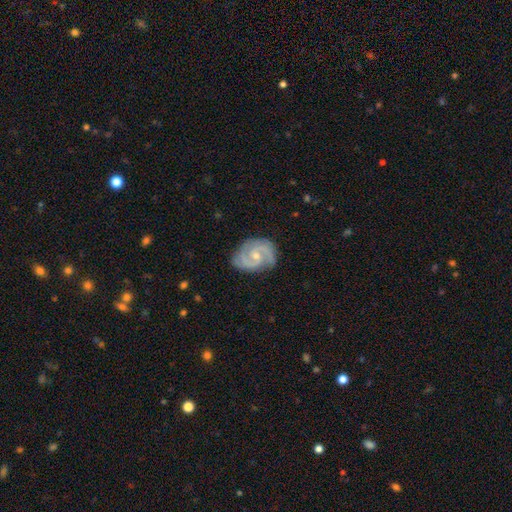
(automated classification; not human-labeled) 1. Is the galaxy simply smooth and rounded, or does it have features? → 89% featured or disk, 7% smooth, 4% star or artifact.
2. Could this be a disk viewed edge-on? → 98% no, 2% yes.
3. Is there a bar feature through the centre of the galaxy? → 52% no, 40% weak, 8% strong.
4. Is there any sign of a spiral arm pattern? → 98% yes, 2% no.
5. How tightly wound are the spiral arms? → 50% medium, 41% tight, 9% loose.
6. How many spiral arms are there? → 84% 2, 7% 3, 4% can't tell, 2% 1, 1% 4, 1% more than 4.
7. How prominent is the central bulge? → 59% small, 38% moderate, 2% none, 1% large, 1% dominant.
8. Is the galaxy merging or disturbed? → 79% none, 16% minor disturbance, 4% major disturbance, 1% merger.